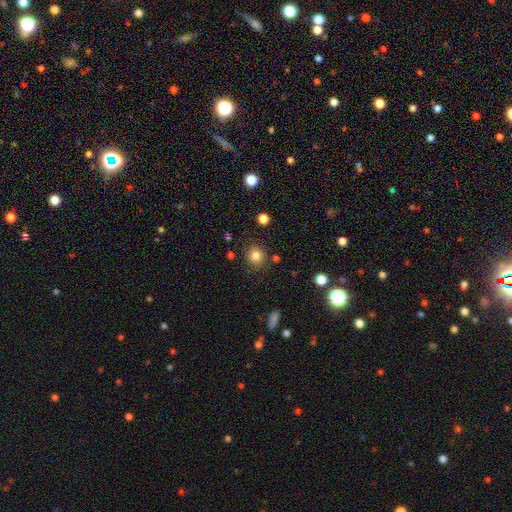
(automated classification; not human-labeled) smooth 82%, star or artifact 12%, featured or disk 6%. Down the decision tree: how rounded — round (89%); merging — none (86%).